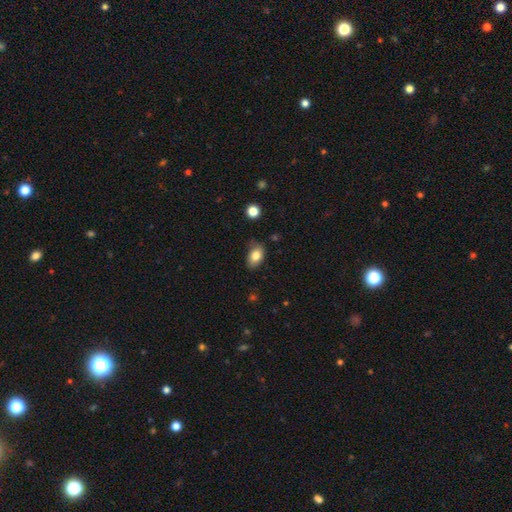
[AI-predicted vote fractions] A smooth galaxy with no disk features (81%) that is in between round and cigar-shaped (86%).

Vote fractions:
- Smooth or featured? smooth: 81% / featured or disk: 10% / star or artifact: 8%
- How rounded? in between: 86% / round: 12% / cigar-shaped: 1%
- Merging? none: 71% / minor disturbance: 23% / major disturbance: 4% / merger: 2%